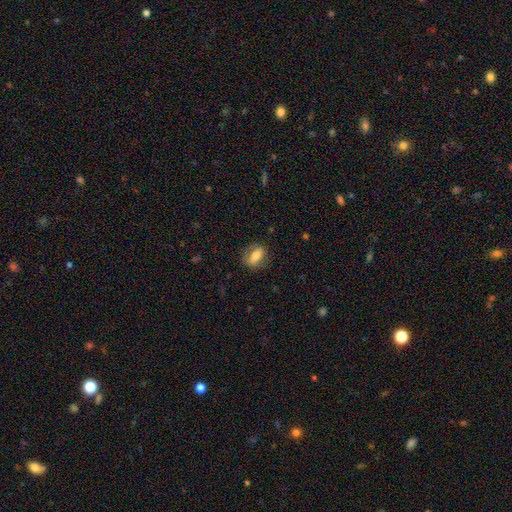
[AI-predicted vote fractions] This is likely a smooth galaxy (66%). How rounded: likely in between (71%). Merging: likely none (78%).